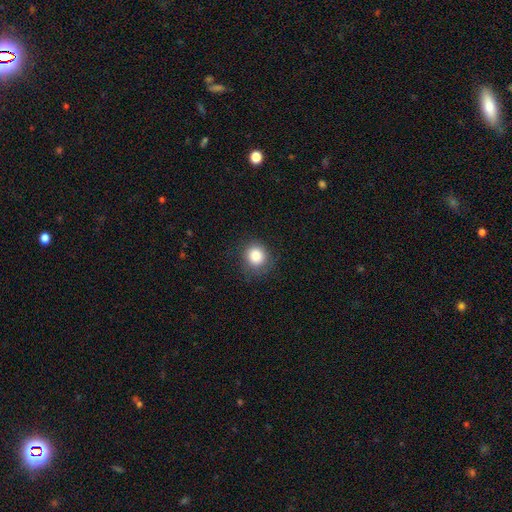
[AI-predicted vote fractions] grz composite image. It shows a smooth galaxy with no disk features (85%) that is round (87%). Merging: none (81%).